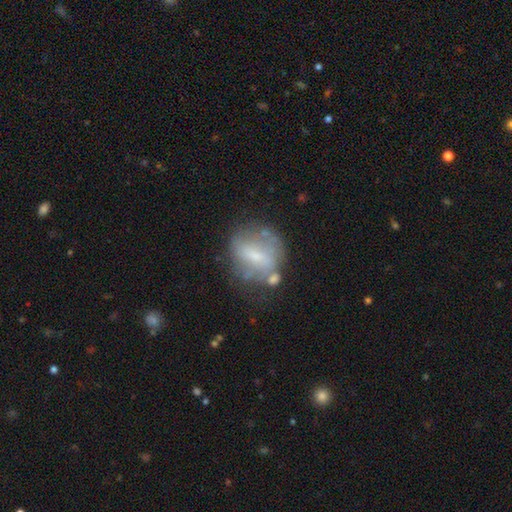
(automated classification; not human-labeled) Q: Smooth or featured?
A: featured or disk (47%); runner-up: smooth (42%)
Q: Merging?
A: none (51%); runner-up: minor disturbance (24%)